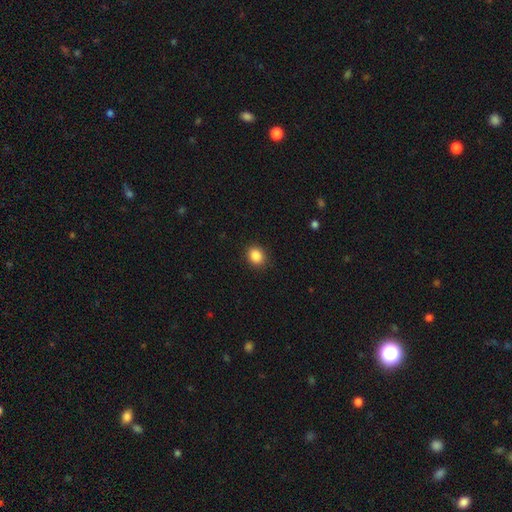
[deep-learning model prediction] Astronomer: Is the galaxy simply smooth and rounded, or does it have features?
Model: smooth — 88%.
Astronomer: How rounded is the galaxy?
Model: round — 52% (runner-up: in between, 47%).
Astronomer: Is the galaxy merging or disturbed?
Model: none — 89%.